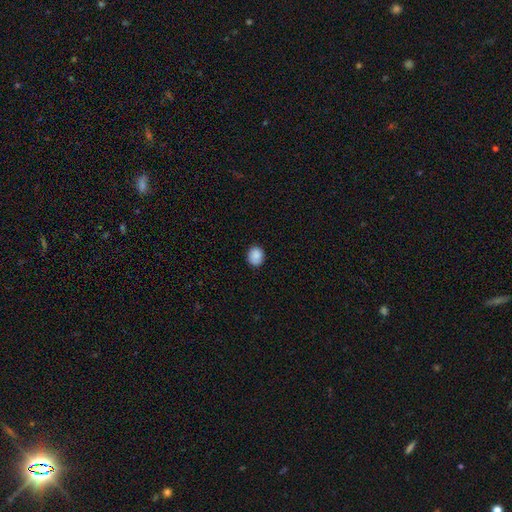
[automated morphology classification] Smooth or featured?
  - smooth: 88% *
  - star or artifact: 8%
  - featured or disk: 4%
How rounded?
  - round: 66% *
  - in between: 34%
  - cigar-shaped: 1%
Merging?
  - none: 85% *
  - minor disturbance: 12%
  - major disturbance: 2%
  - merger: 1%